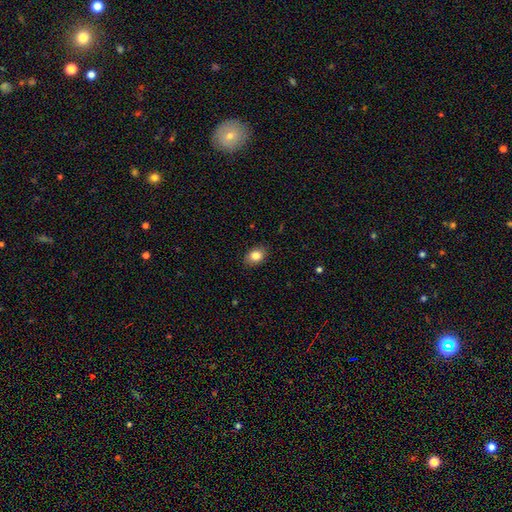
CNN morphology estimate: Q: Smooth or featured?
A: smooth (84%); runner-up: star or artifact (9%)
Q: How rounded?
A: in between (68%); runner-up: round (31%)
Q: Merging?
A: none (87%); runner-up: minor disturbance (10%)